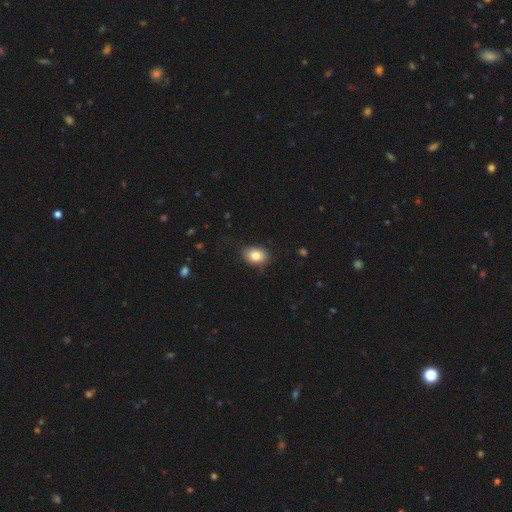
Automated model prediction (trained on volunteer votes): Smooth or featured?
  - smooth: 82% *
  - featured or disk: 9%
  - star or artifact: 8%
How rounded?
  - in between: 75% *
  - round: 24%
  - cigar-shaped: 1%
Merging?
  - none: 84% *
  - minor disturbance: 12%
  - major disturbance: 3%
  - merger: 1%